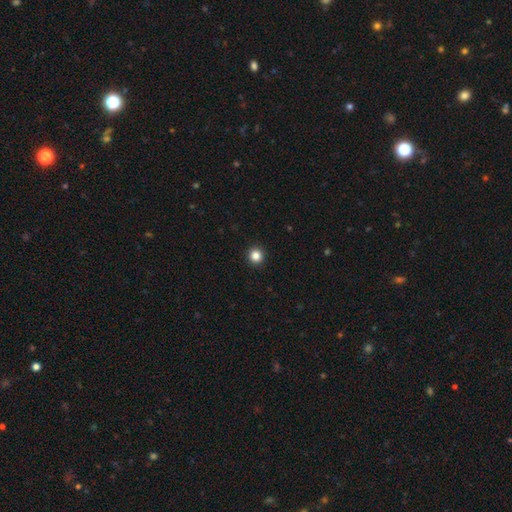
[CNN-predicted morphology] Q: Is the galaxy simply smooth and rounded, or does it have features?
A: smooth — 85%.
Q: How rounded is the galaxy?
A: round — 94%.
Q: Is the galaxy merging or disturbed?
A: none — 94%.